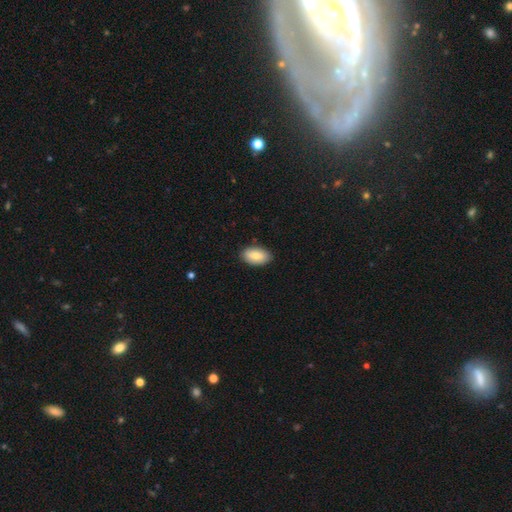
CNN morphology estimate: Smooth or featured? Predicted: smooth (p=0.82). How rounded? Predicted: in between (p=0.94). Merging? Predicted: none (p=0.87).